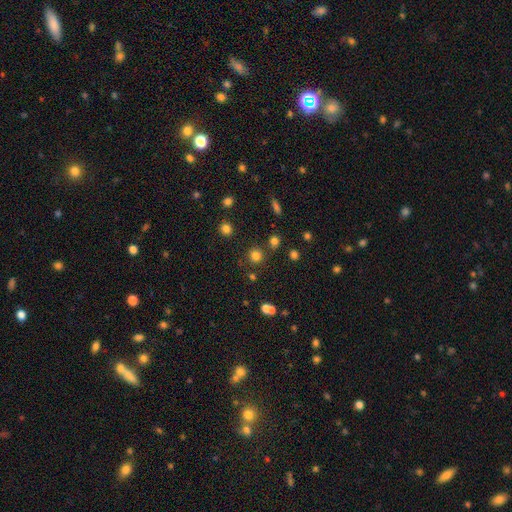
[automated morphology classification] Smooth or featured: smooth — 77% (star or artifact — 17%)
How rounded: round — 92% (in between — 7%)
Merging: none — 83% (minor disturbance — 7%)